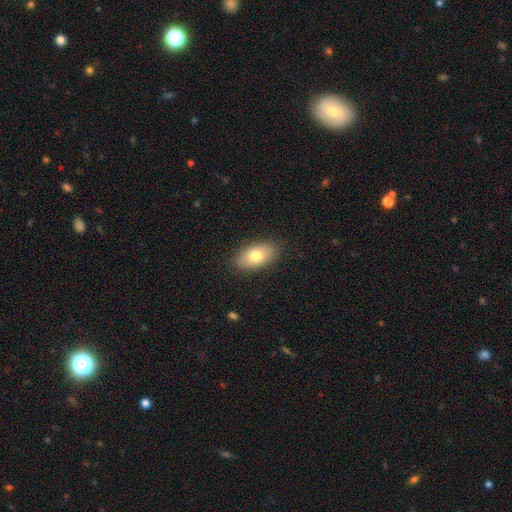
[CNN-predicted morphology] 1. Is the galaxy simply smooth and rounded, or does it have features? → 76% smooth, 16% featured or disk, 7% star or artifact.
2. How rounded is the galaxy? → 92% in between, 5% round, 3% cigar-shaped.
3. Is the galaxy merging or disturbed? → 86% none, 10% minor disturbance, 3% major disturbance, 1% merger.